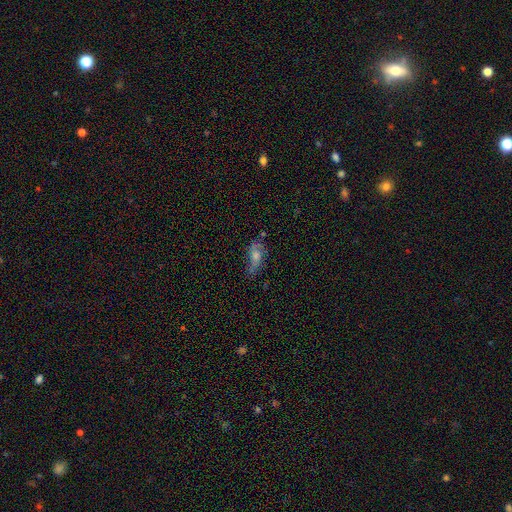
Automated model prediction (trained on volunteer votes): Smooth or featured? Predicted: smooth (p=0.52). How rounded? Predicted: in between (p=0.79). Merging? Predicted: none (p=0.47).